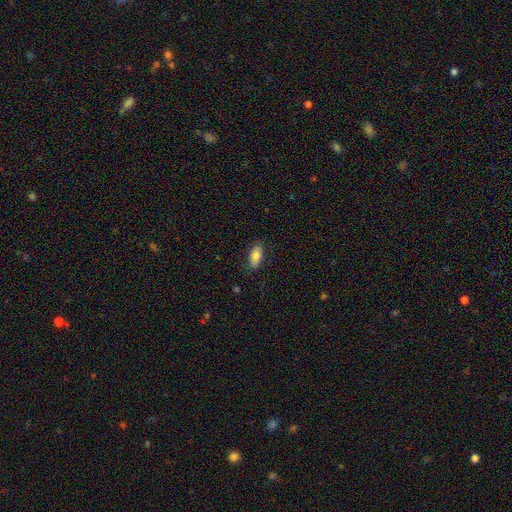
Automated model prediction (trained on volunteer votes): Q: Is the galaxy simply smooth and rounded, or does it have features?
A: smooth — 79%.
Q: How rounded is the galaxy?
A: in between — 87%.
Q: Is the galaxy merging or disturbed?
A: none — 82%.